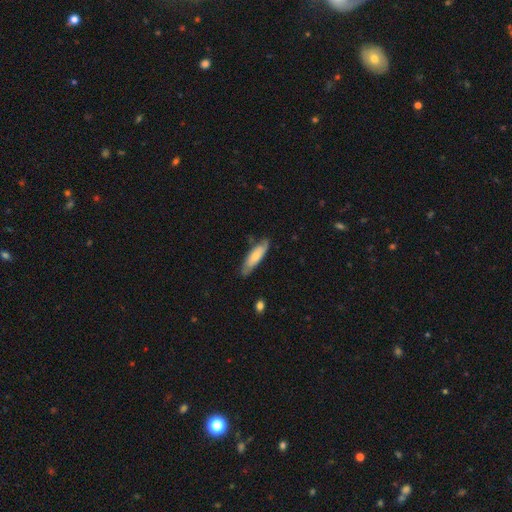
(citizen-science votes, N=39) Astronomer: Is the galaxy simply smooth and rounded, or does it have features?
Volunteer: smooth — 72%.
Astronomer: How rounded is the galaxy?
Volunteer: in between — 57% (runner-up: cigar-shaped, 43%).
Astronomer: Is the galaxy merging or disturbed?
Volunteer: none — 74%.